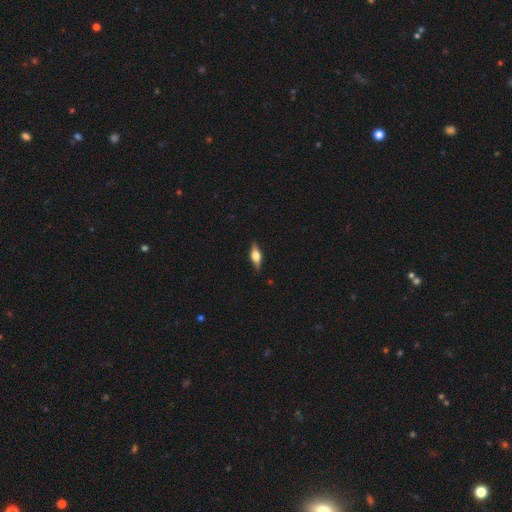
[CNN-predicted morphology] featured or disk 50%, smooth 43%, star or artifact 7%. Down the decision tree: edge-on disk — yes (93%); merging — none (85%).